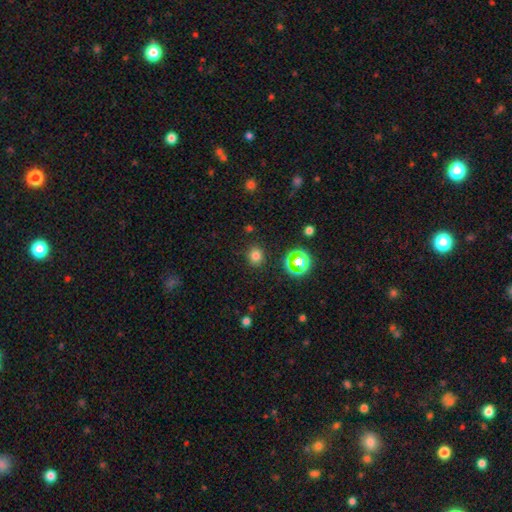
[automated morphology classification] Smooth or featured? smooth (75%)
How rounded? round (83%)
Merging? none (88%)